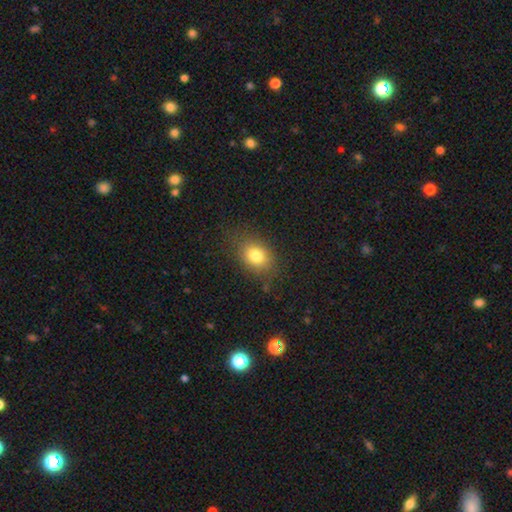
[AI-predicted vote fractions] The model was most divided on "how rounded": in between: 65%, round: 34%, cigar-shaped: 1%. More confident: smooth or featured — smooth (79%); merging — none (77%).